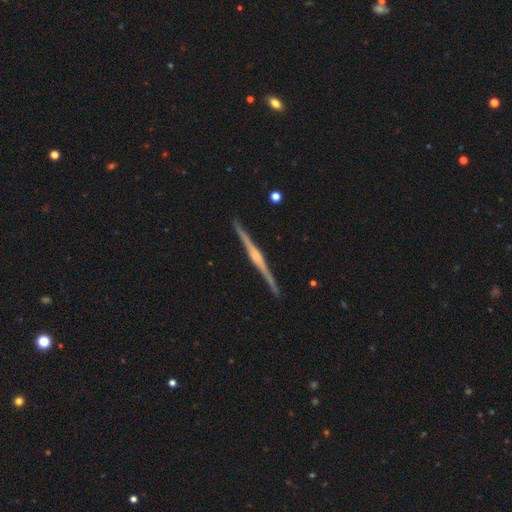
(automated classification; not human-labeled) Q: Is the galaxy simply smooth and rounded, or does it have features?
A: featured or disk — 86%.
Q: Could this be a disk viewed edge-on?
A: yes — 99%.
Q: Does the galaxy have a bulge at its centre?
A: rounded — 65%.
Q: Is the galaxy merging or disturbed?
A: none — 93%.